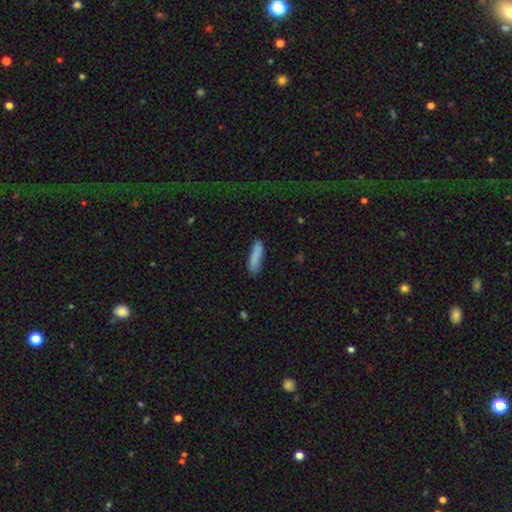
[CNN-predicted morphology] A smooth galaxy with no disk features (86%) that is cigar-shaped (72%).

Vote fractions:
- Smooth or featured? smooth: 86% / featured or disk: 7% / star or artifact: 7%
- How rounded? cigar-shaped: 72% / in between: 27% / round: 2%
- Merging? none: 81% / minor disturbance: 15% / major disturbance: 3% / merger: 2%